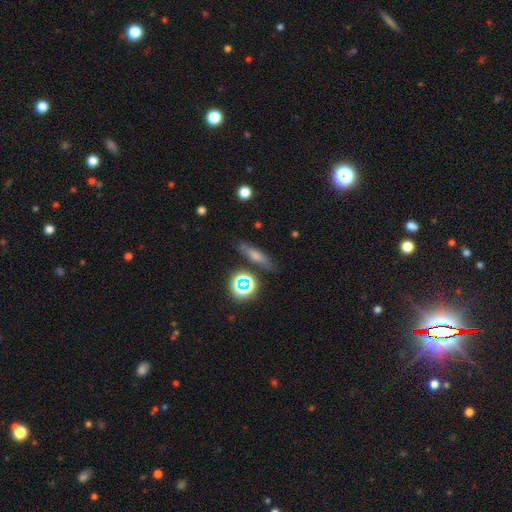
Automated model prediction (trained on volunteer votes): Smooth or featured?
  - smooth: 38% *
  - featured or disk: 35%
  - star or artifact: 27%
Merging?
  - none: 79% *
  - minor disturbance: 12%
  - merger: 4%
  - major disturbance: 4%